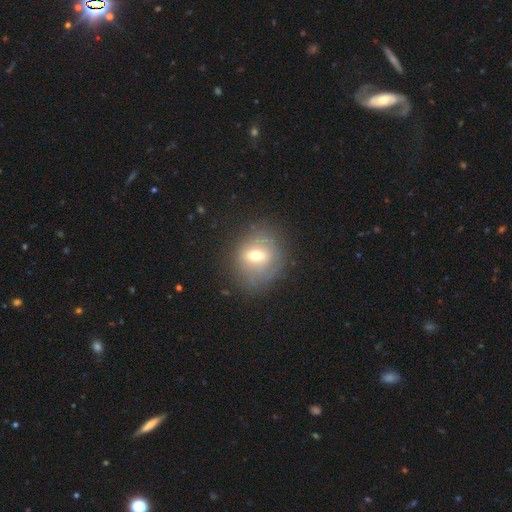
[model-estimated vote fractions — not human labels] A smooth galaxy with no disk features (55%) that is round (70%).

Vote fractions:
- Smooth or featured? smooth: 55% / featured or disk: 32% / star or artifact: 13%
- How rounded? round: 70% / in between: 29% / cigar-shaped: 1%
- Merging? none: 72% / minor disturbance: 18% / major disturbance: 8% / merger: 2%